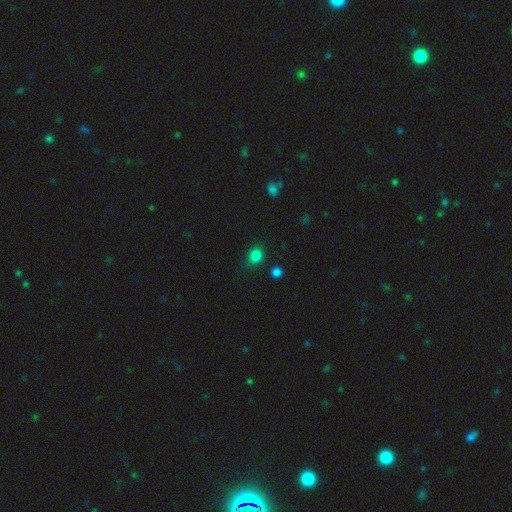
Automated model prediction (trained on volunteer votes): This is clearly a smooth galaxy (82%). How rounded: likely round (72%). Merging: clearly none (82%).